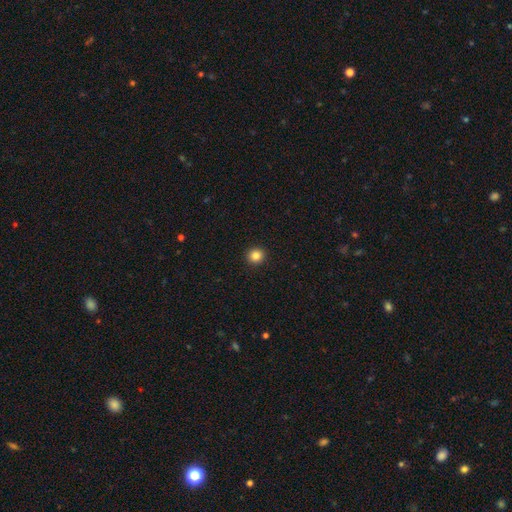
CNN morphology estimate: smooth_or_featured: smooth (p=0.85) [alt: star or artifact p=0.11]
how_rounded: round (p=0.92) [alt: in between p=0.07]
merging: none (p=0.94) [alt: minor disturbance p=0.04]